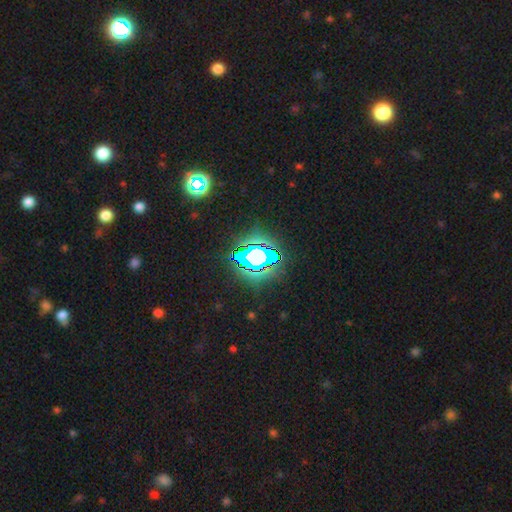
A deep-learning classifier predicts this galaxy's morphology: Overall: star or artifact (71%).